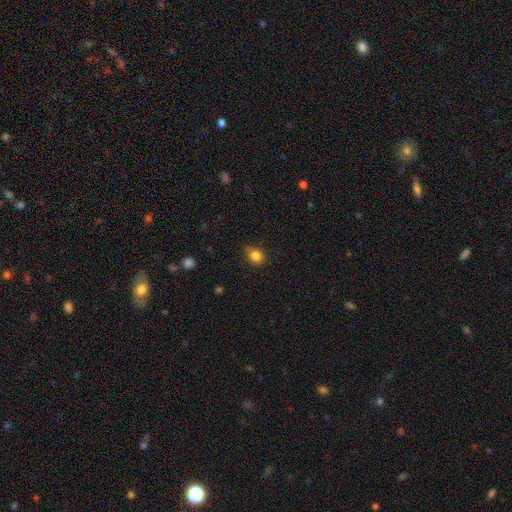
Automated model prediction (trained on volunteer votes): Smooth or featured? smooth (84%)
How rounded? round (74%)
Merging? none (72%)